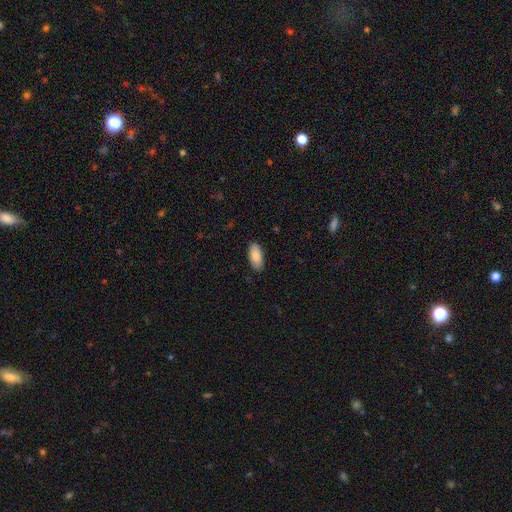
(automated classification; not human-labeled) This is clearly a smooth galaxy (87%). How rounded: clearly in between (91%). Merging: clearly none (87%).